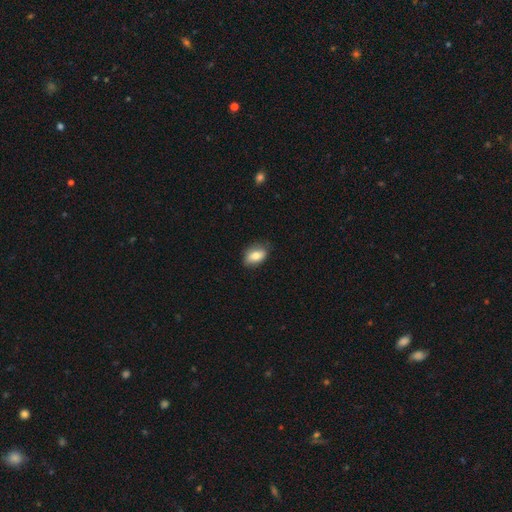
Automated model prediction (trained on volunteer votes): The model was most divided on "merging": none: 76%, minor disturbance: 19%, major disturbance: 3%, merger: 1%. More confident: how rounded — in between (86%); smooth or featured — smooth (76%).